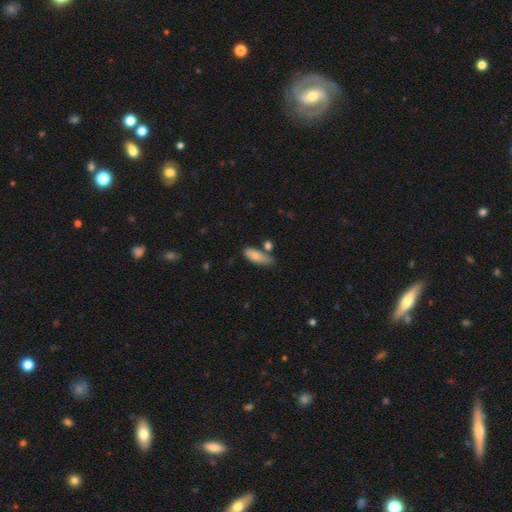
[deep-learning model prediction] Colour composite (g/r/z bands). It shows a smooth galaxy with no disk features (82%) that is in between round and cigar-shaped (69%). Merging: none (55%).